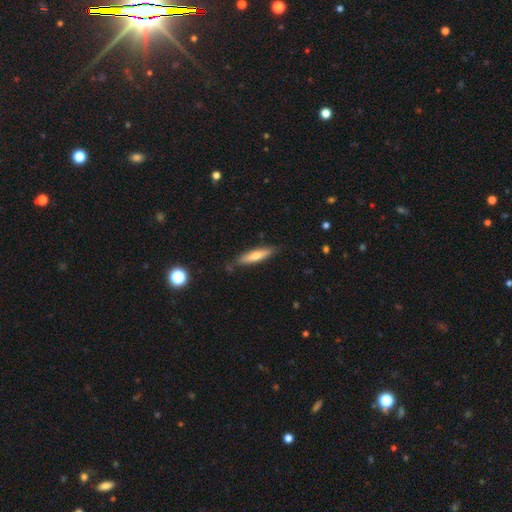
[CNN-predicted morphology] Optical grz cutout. It shows a smooth galaxy with no disk features (59%) that is cigar-shaped (81%). Merging: none (83%).